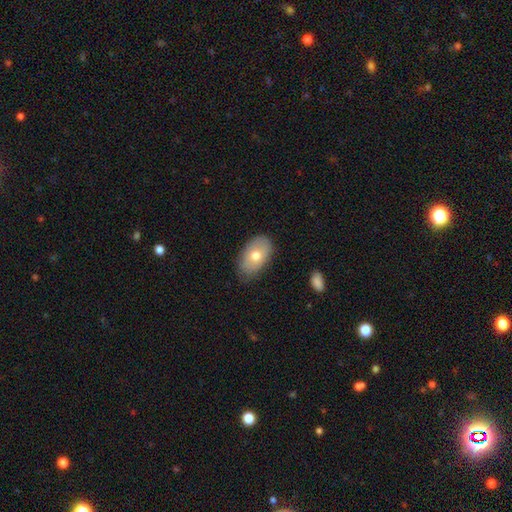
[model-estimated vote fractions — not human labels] Morphology: type=smooth (68%); roundness=in between (91%); merging=none (75%).